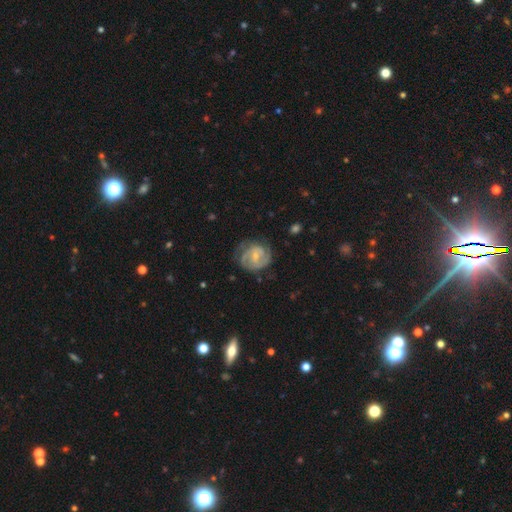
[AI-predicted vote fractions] A featured or disk galaxy (81%) with a weak bar (51%), 2 (59%) tight (50%) spiral arms (94%) and a small central bulge (64%).

Vote fractions:
- Smooth or featured? featured or disk: 81% / smooth: 14% / star or artifact: 5%
- Edge-on disk? no: 98% / yes: 2%
- Bar? weak: 51% / no: 35% / strong: 13%
- Spiral arms? yes: 94% / no: 6%
- Spiral winding? tight: 50% / medium: 40% / loose: 10%
- Spiral arm count? 2: 59% / can't tell: 17% / 3: 14% / 1: 4% / 4: 3% / more than 4: 3%
- Bulge size? small: 64% / moderate: 29% / none: 5% / large: 1% / dominant: 1%
- Merging? none: 65% / minor disturbance: 22% / major disturbance: 11% / merger: 2%